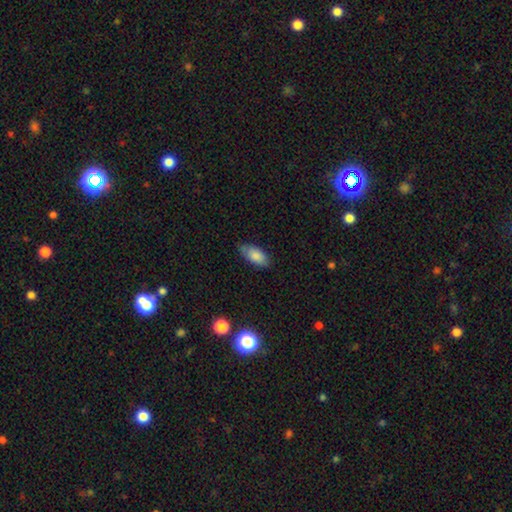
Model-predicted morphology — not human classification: smooth 83%, featured or disk 10%, star or artifact 7%. Down the decision tree: how rounded — in between (91%); merging — none (77%).